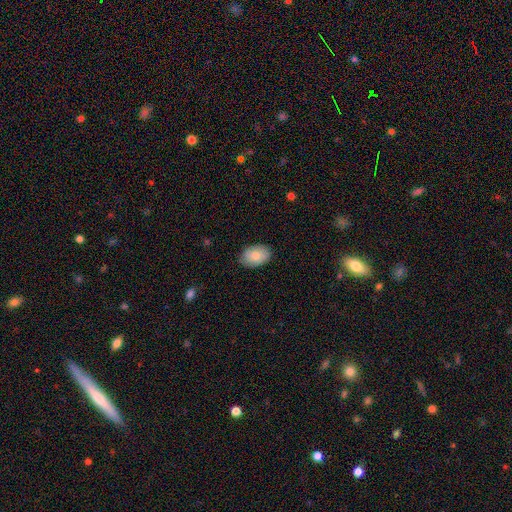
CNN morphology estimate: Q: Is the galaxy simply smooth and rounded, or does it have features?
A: smooth — 81%.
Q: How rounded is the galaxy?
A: in between — 88%.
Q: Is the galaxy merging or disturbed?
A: none — 85%.